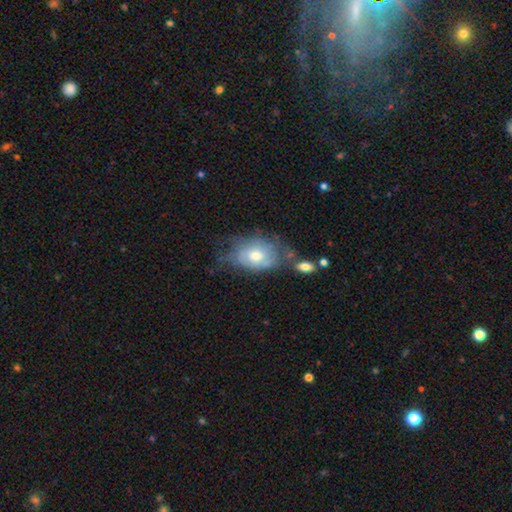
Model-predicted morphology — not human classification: This is possibly a featured or disk galaxy (50%). It is clearly not viewed edge-on (94%). Merging: marginally none (40%).